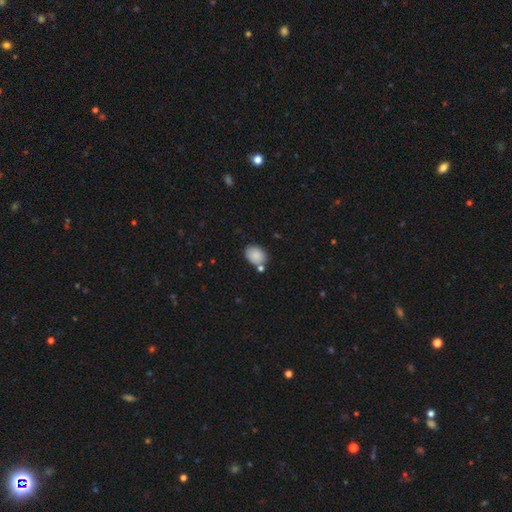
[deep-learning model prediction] Morphology: type=smooth (86%); roundness=in between (70%); merging=none (69%).